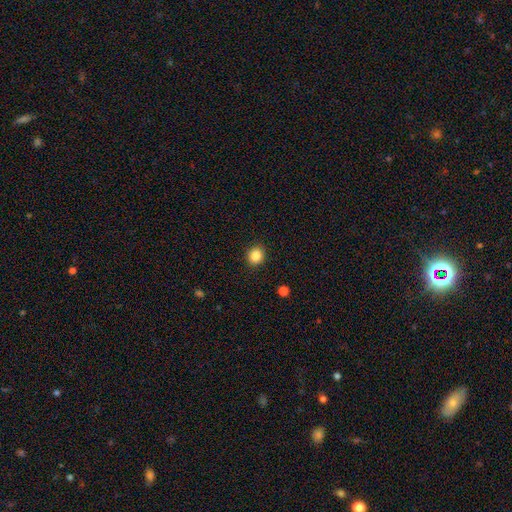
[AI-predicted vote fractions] The model was most divided on "how rounded": round: 80%, in between: 19%, cigar-shaped: 1%. More confident: merging — none (91%); smooth or featured — smooth (85%).